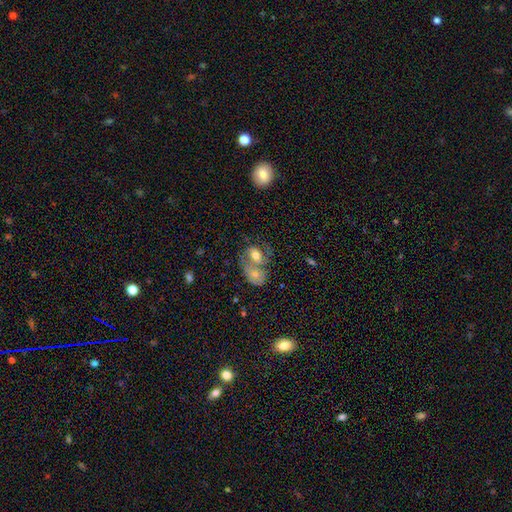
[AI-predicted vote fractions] smooth-or-featured: smooth: 48% | featured or disk: 44% | star or artifact: 9%
  merging: merger: 69% | none: 18% | minor disturbance: 7% | major disturbance: 6%